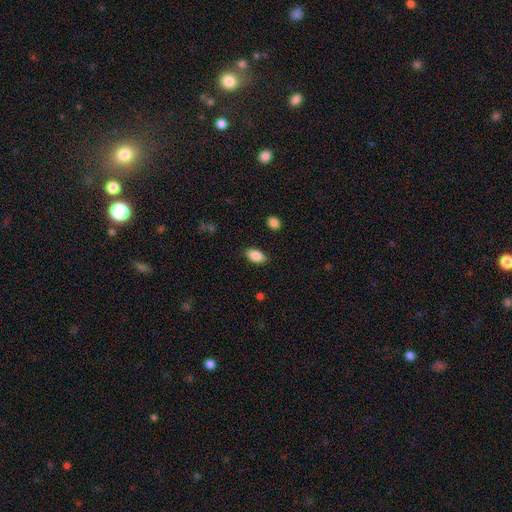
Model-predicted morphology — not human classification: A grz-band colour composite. It shows a smooth galaxy with no disk features (87%) that is in between round and cigar-shaped (91%). Merging: none (85%).